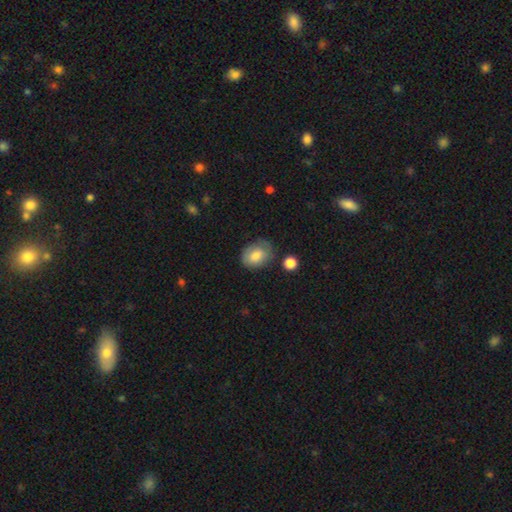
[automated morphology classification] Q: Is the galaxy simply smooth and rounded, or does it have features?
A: smooth — 79%.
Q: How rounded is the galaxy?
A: in between — 64%.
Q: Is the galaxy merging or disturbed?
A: none — 66%.